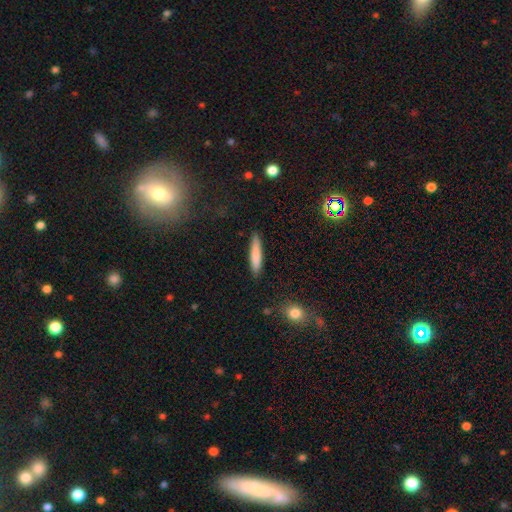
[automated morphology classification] This is clearly a smooth galaxy (82%). How rounded: clearly cigar-shaped (89%). Merging: clearly none (88%).